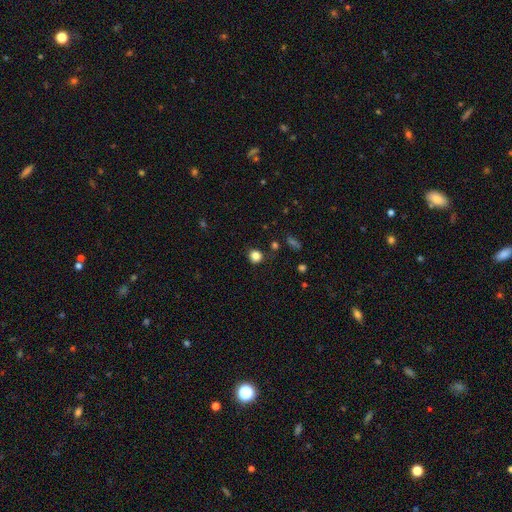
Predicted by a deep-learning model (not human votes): smooth_or_featured: smooth (p=0.83) [alt: star or artifact p=0.12]
how_rounded: round (p=0.86) [alt: in between p=0.13]
merging: none (p=0.85) [alt: minor disturbance p=0.10]